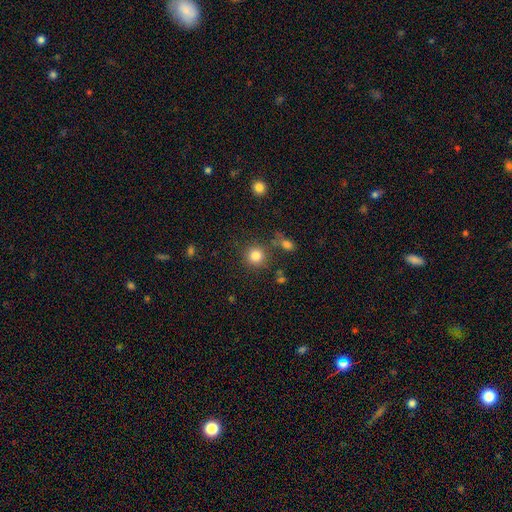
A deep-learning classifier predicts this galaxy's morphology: This appears to be a smooth galaxy with no disk features (83%) that is round (93%). Merging: none (82%).